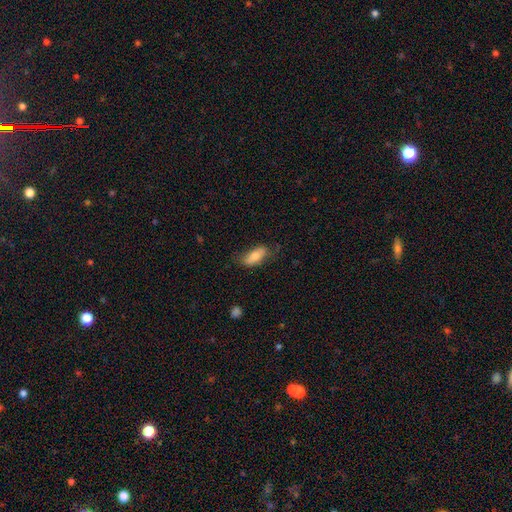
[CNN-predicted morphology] This is likely a smooth galaxy (76%). How rounded: likely in between (79%). Merging: likely none (63%).